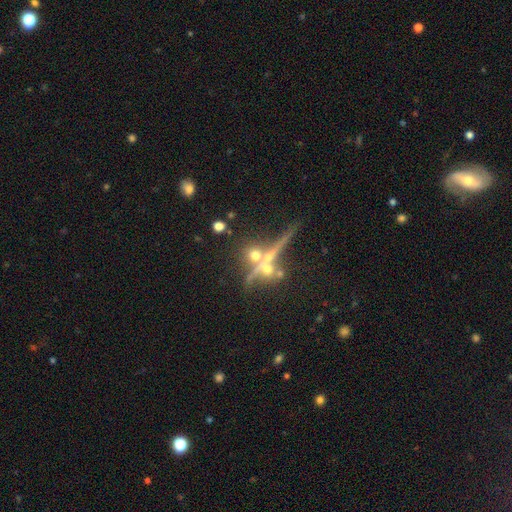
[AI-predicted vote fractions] smooth-or-featured: featured or disk: 44% | smooth: 36% | star or artifact: 20%
  merging: none: 46% | merger: 38% | minor disturbance: 9% | major disturbance: 7%